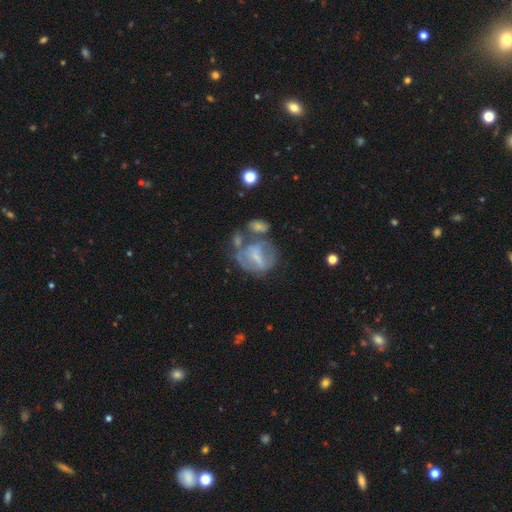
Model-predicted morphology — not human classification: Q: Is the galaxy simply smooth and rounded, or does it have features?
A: featured or disk — 59%.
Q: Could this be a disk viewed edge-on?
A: no — 95%.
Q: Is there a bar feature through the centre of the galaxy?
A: weak — 39%.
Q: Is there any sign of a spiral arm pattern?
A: no — 62%.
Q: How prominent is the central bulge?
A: small — 38%.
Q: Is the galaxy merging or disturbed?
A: none — 31%.